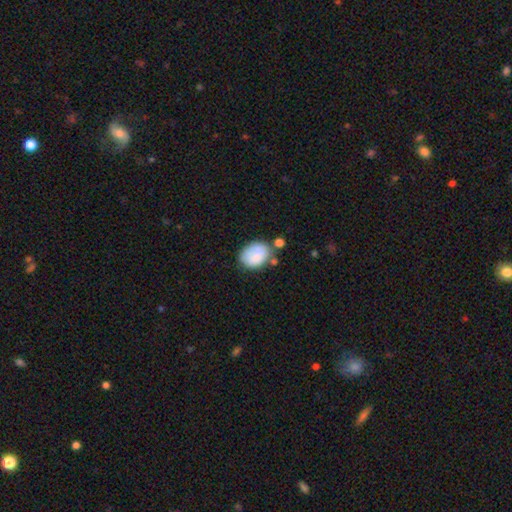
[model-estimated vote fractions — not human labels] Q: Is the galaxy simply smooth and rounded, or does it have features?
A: smooth — 79%.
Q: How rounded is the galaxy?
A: in between — 72%.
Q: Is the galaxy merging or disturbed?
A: none — 53%.